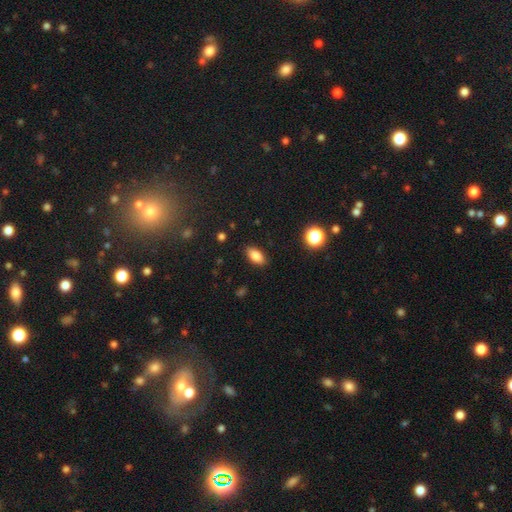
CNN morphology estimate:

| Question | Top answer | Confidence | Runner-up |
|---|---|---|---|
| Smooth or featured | smooth | 85% | star or artifact (9%) |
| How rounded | in between | 89% | cigar-shaped (6%) |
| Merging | none | 87% | minor disturbance (9%) |